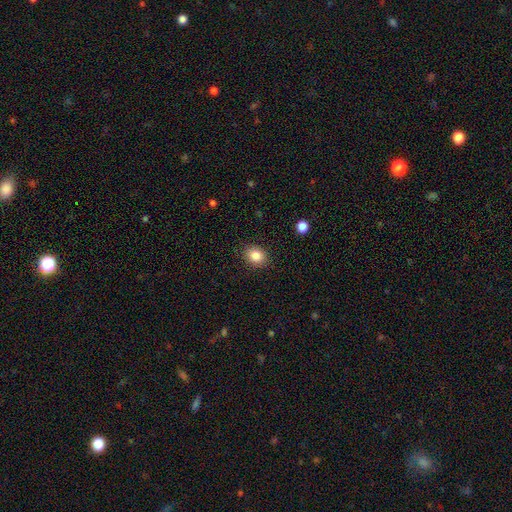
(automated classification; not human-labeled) A smooth galaxy with no disk features (85%) that is in between round and cigar-shaped (50%). Merging: none (88%).